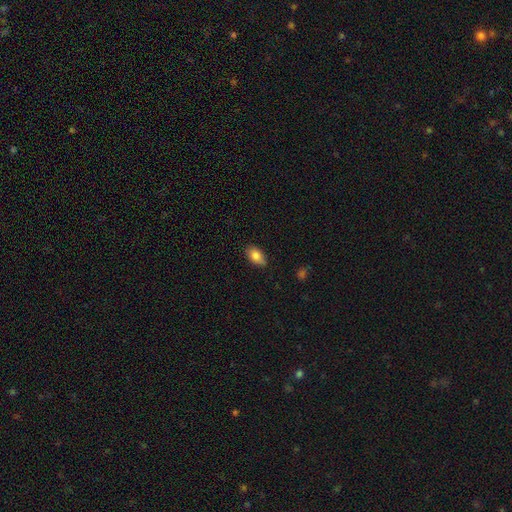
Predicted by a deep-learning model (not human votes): This is clearly a smooth galaxy (85%). How rounded: clearly in between (92%). Merging: clearly none (82%).